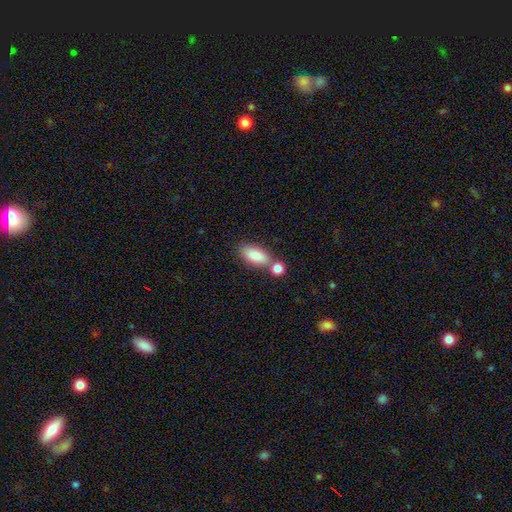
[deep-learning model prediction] This appears to be a smooth galaxy with no disk features (86%) that is in between round and cigar-shaped (88%). Merging: none (52%).